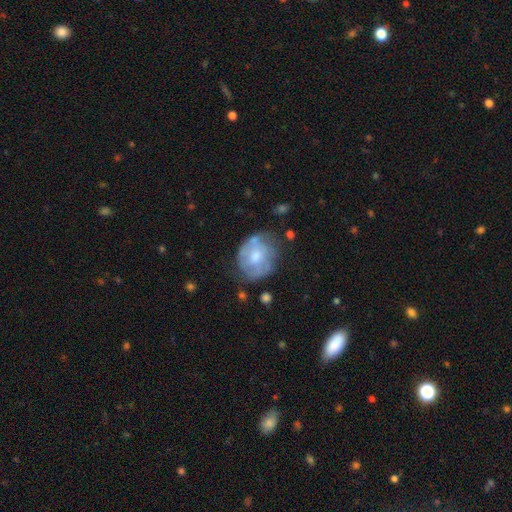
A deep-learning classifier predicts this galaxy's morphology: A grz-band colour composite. It shows a featured or disk galaxy (53%) with no bar (70%), no spiral arms (53%) and a moderate central bulge (59%). Merging: none (56%).